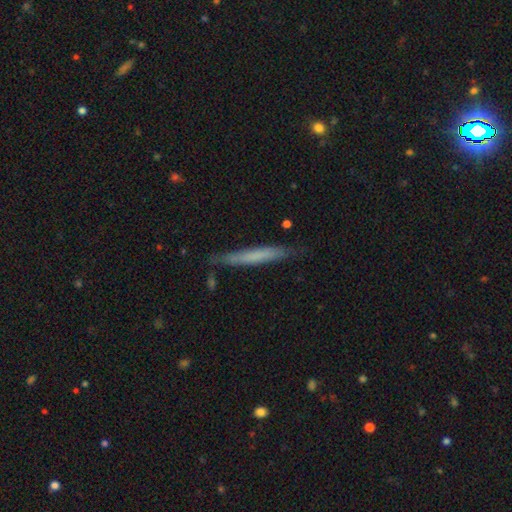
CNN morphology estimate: This is possibly a smooth galaxy (57%). How rounded: clearly cigar-shaped (96%). Merging: clearly none (81%).